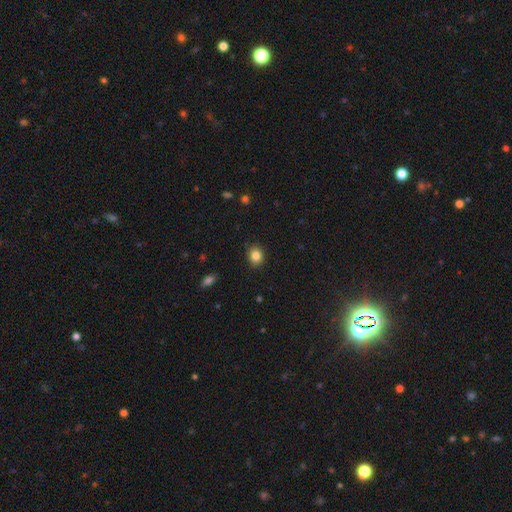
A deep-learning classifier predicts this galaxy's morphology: Q: Smooth or featured?
A: smooth (84%); runner-up: star or artifact (10%)
Q: How rounded?
A: round (61%); runner-up: in between (38%)
Q: Merging?
A: none (87%); runner-up: minor disturbance (10%)